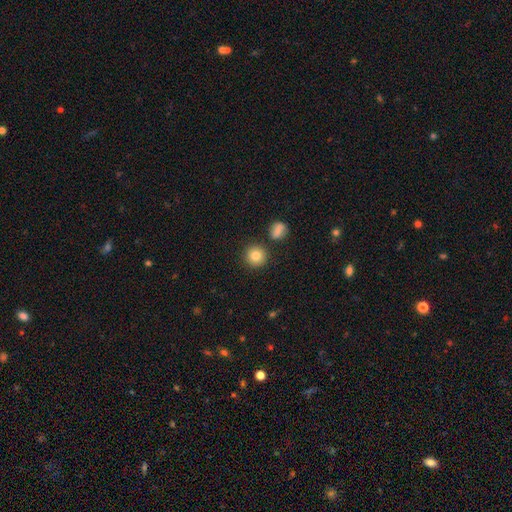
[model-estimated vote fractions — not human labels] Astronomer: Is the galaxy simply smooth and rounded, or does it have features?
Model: smooth — 83%.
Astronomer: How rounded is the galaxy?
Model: round — 93%.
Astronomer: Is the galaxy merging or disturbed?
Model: none — 86%.